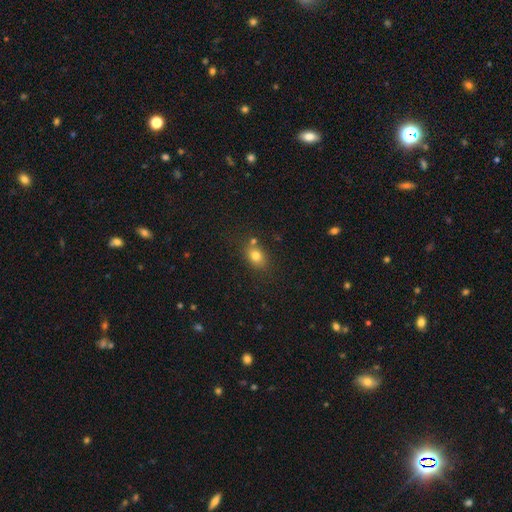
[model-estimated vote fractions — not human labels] Smooth or featured? smooth (79%)
How rounded? in between (62%)
Merging? none (70%)